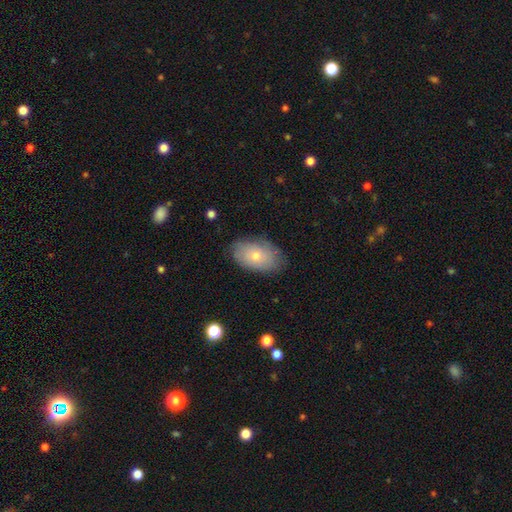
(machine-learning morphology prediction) The model was most divided on "smooth or featured": smooth: 67%, featured or disk: 25%, star or artifact: 8%. More confident: how rounded — in between (92%); merging — none (81%).